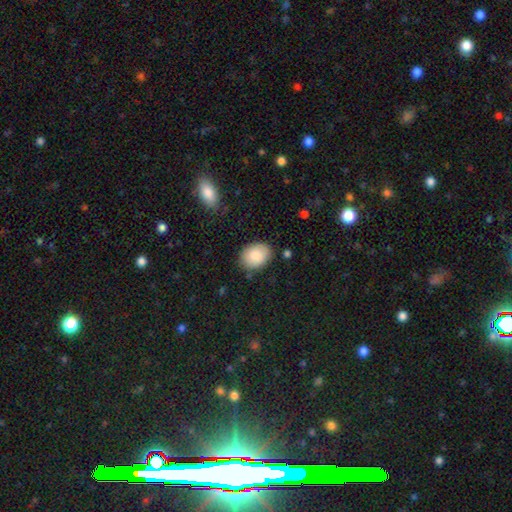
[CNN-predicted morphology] This is clearly a smooth galaxy (86%). How rounded: likely in between (71%). Merging: clearly none (83%).